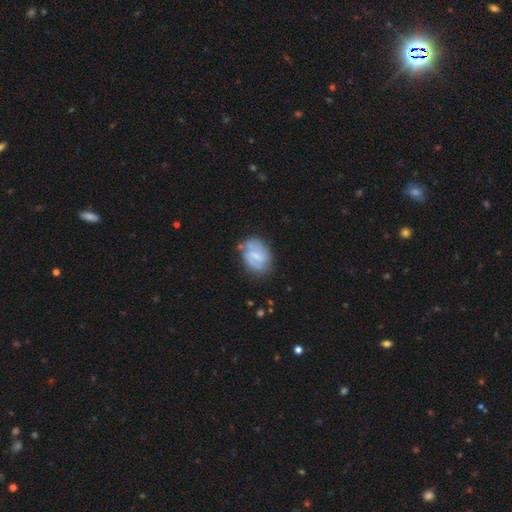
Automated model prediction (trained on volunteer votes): This is likely a featured or disk galaxy (61%). It is clearly not viewed edge-on (97%). Bar: possibly weak (50%). Spiral arm pattern: likely yes (75%). Central bulge: marginally small (41%). Merging: likely none (65%).